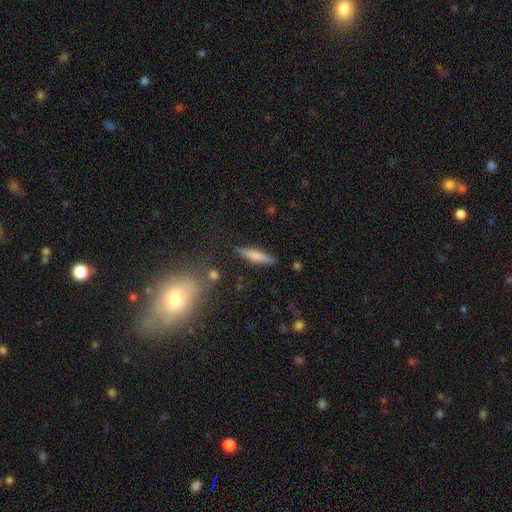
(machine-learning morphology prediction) Smooth or featured?
  - smooth: 65% *
  - featured or disk: 28%
  - star or artifact: 7%
How rounded?
  - cigar-shaped: 84% *
  - in between: 14%
  - round: 2%
Merging?
  - none: 86% *
  - minor disturbance: 9%
  - major disturbance: 2%
  - merger: 2%